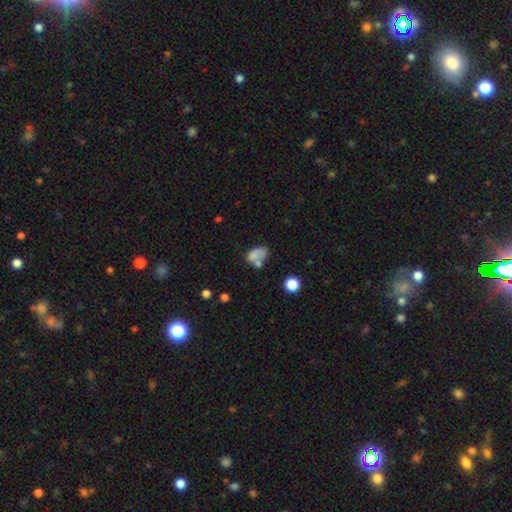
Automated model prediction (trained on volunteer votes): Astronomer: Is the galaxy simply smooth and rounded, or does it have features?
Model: smooth — 69%.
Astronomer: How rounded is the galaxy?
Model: in between — 81%.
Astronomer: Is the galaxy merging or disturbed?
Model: none — 32% (runner-up: merger, 31%).